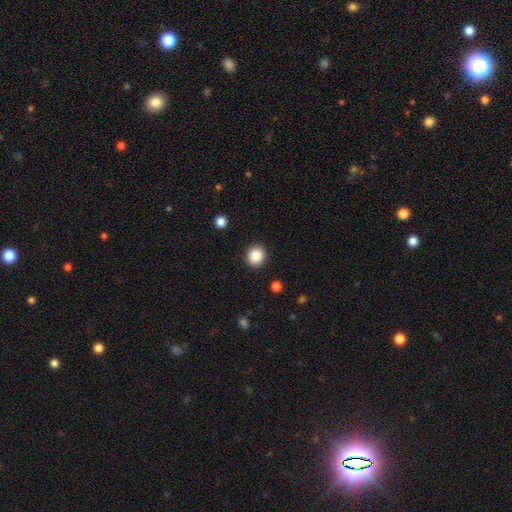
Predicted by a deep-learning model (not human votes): A smooth galaxy with no disk features (88%) that is round (87%).

Vote fractions:
- Smooth or featured? smooth: 88% / star or artifact: 9% / featured or disk: 3%
- How rounded? round: 87% / in between: 12% / cigar-shaped: 1%
- Merging? none: 92% / minor disturbance: 5% / major disturbance: 2% / merger: 1%